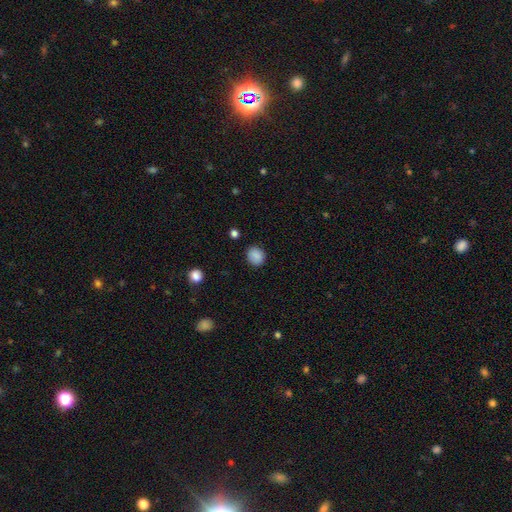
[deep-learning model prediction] This appears to be a smooth galaxy with no disk features (88%) that is round (78%). Merging: none (88%).